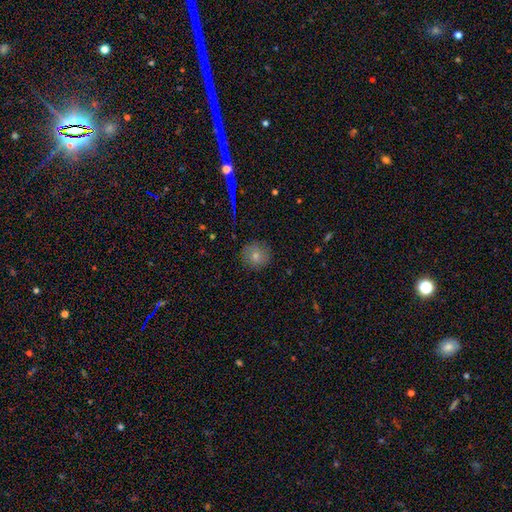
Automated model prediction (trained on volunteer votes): A smooth galaxy with no disk features (55%) that is round (92%). Merging: none (87%).